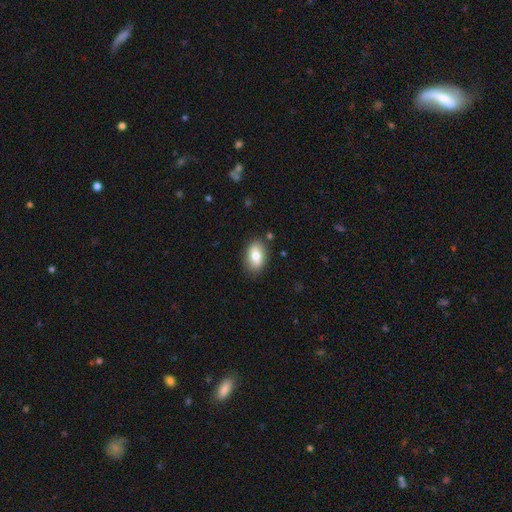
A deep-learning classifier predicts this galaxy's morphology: type=smooth (76%); roundness=in between (88%); merging=none (85%).